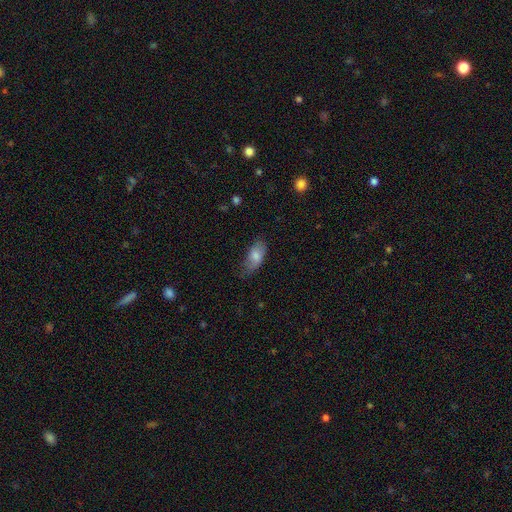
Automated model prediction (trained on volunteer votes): A smooth galaxy with no disk features (78%) that is in between round and cigar-shaped (88%).

Vote fractions:
- Smooth or featured? smooth: 78% / featured or disk: 15% / star or artifact: 7%
- How rounded? in between: 88% / cigar-shaped: 8% / round: 3%
- Merging? none: 55% / minor disturbance: 34% / major disturbance: 10% / merger: 2%